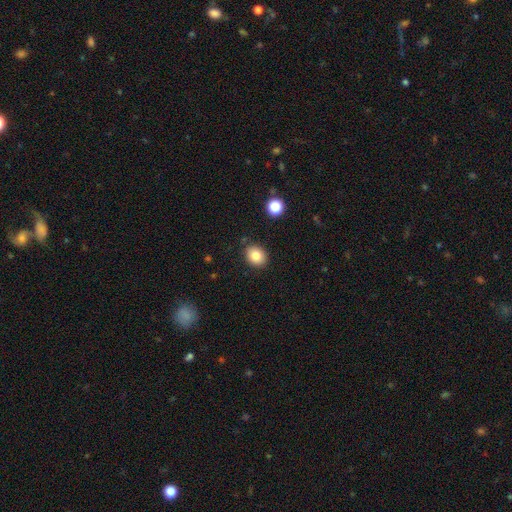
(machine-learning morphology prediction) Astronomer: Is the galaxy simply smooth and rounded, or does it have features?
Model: smooth — 83%.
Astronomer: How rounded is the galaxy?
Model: round — 54% (runner-up: in between, 45%).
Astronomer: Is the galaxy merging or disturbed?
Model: none — 86%.